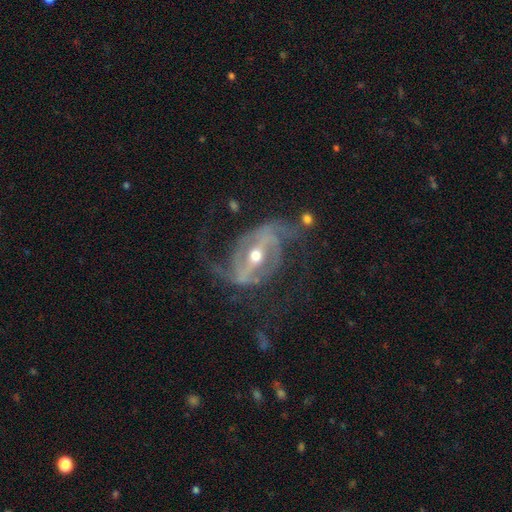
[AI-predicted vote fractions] Smooth or featured?
  - featured or disk: 90% *
  - star or artifact: 5%
  - smooth: 4%
Edge-on disk?
  - no: 95% *
  - yes: 5%
Bar?
  - strong: 65% *
  - weak: 25%
  - no: 10%
Spiral arms?
  - yes: 94% *
  - no: 6%
Spiral winding?
  - medium: 43% *
  - loose: 39%
  - tight: 17%
Spiral arm count?
  - 2: 77% *
  - 3: 8%
  - can't tell: 7%
  - 1: 3%
  - 4: 3%
  - more than 4: 2%
Bulge size?
  - moderate: 68% *
  - small: 26%
  - large: 4%
  - dominant: 1%
  - none: 1%
Merging?
  - none: 58% *
  - major disturbance: 21%
  - minor disturbance: 19%
  - merger: 3%